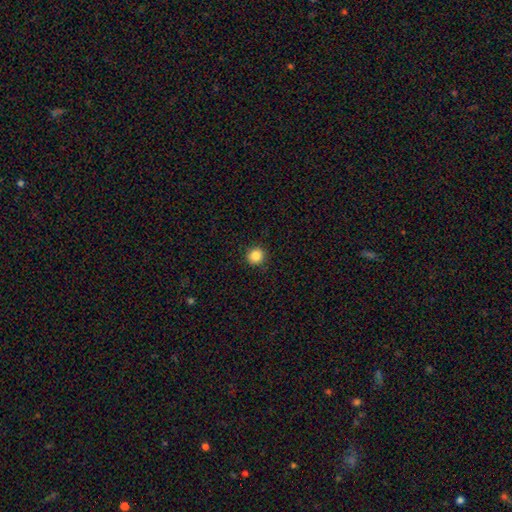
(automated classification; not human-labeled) Smooth or featured? smooth (86%)
How rounded? round (94%)
Merging? none (92%)